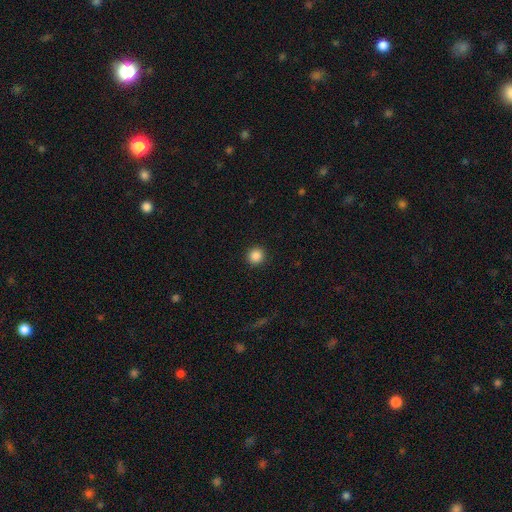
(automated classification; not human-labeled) Smooth or featured? smooth (87%)
How rounded? round (94%)
Merging? none (93%)